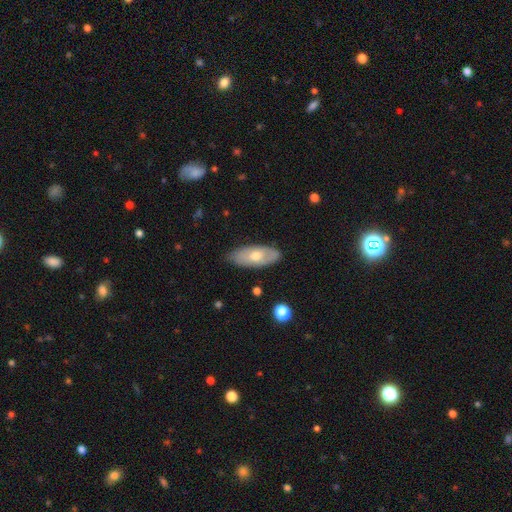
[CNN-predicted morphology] Smooth or featured? Predicted: smooth (p=0.56). How rounded? Predicted: in between (p=0.84). Merging? Predicted: none (p=0.79).